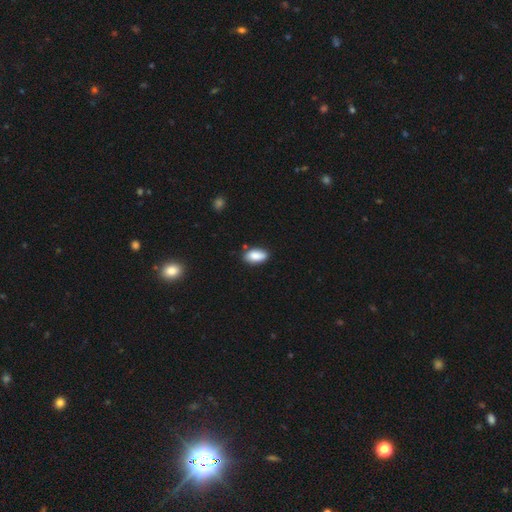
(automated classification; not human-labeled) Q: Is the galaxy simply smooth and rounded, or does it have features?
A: smooth — 87%.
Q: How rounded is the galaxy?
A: in between — 92%.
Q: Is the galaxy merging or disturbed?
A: none — 79%.